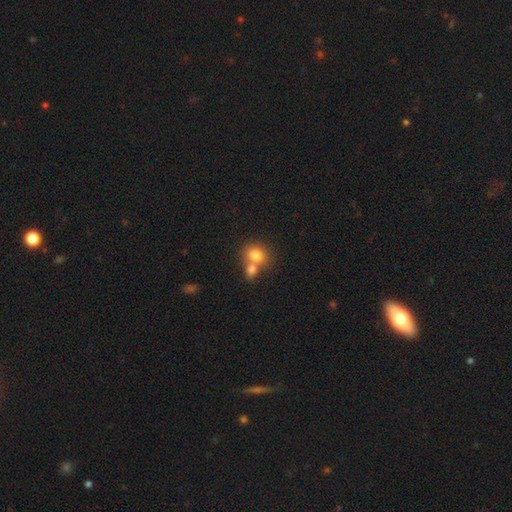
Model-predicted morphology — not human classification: This appears to be a smooth galaxy with no disk features (79%) that is round (66%). Merging: merger (54%).